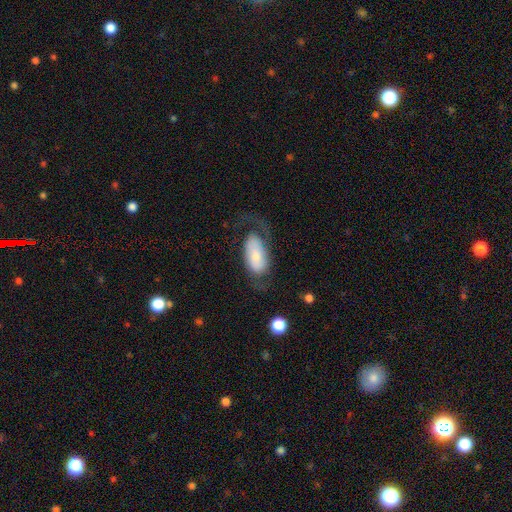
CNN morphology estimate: This appears to be a smooth galaxy with no disk features (48%). Merging: none (42%).